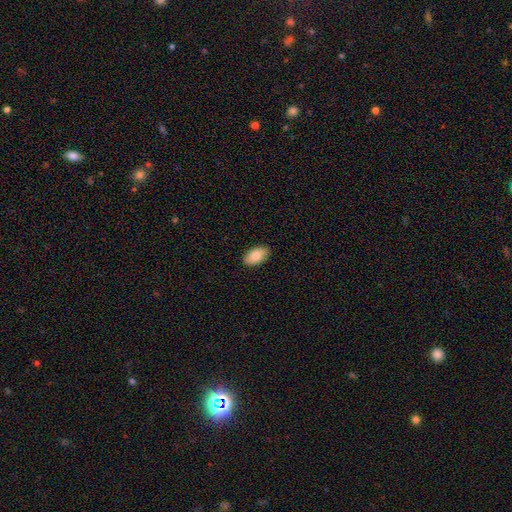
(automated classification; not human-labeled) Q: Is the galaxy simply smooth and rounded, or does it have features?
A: smooth — 87%.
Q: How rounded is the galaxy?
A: in between — 94%.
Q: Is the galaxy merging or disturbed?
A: none — 89%.